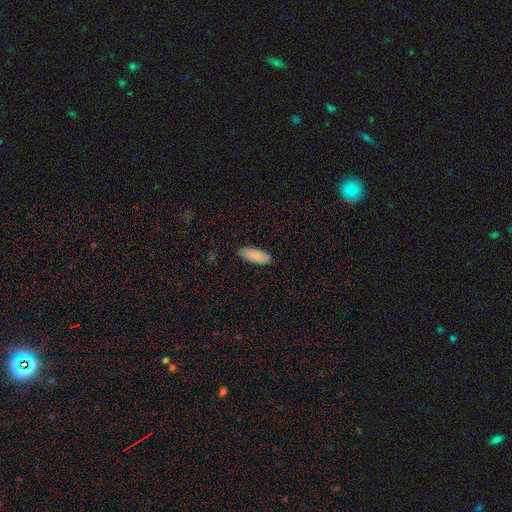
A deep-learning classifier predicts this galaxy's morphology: smooth 88%, featured or disk 6%, star or artifact 6%. Down the decision tree: how rounded — in between (77%); merging — none (83%).